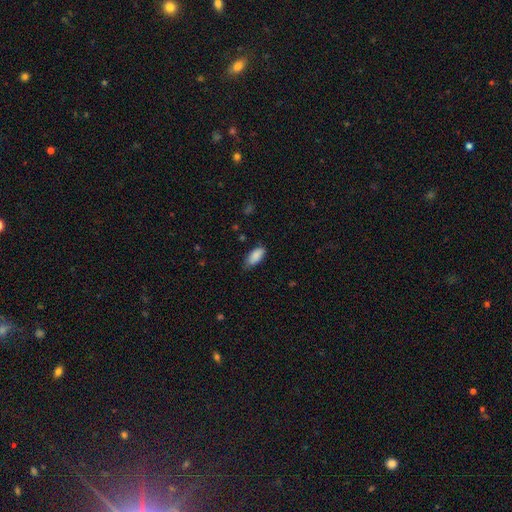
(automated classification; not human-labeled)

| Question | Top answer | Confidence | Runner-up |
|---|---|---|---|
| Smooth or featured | smooth | 87% | star or artifact (7%) |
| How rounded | in between | 89% | cigar-shaped (9%) |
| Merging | none | 66% | minor disturbance (28%) |